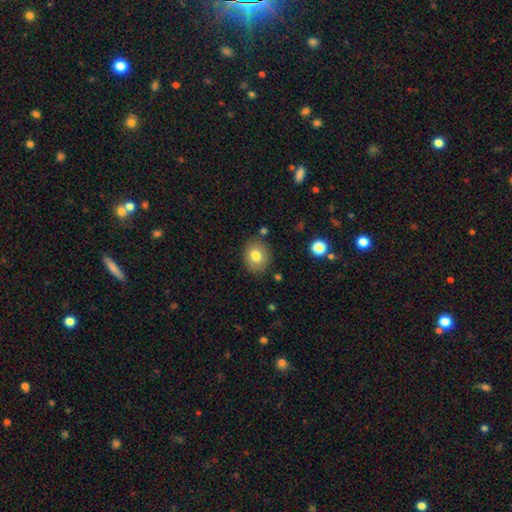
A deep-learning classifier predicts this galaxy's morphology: Q: Smooth or featured?
A: smooth (78%); runner-up: featured or disk (12%)
Q: How rounded?
A: round (60%); runner-up: in between (39%)
Q: Merging?
A: none (82%); runner-up: minor disturbance (12%)